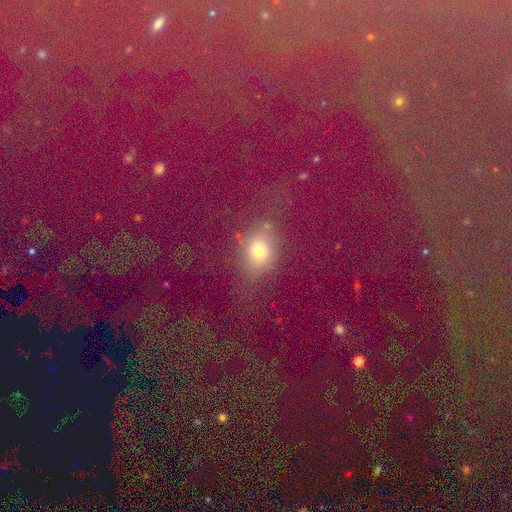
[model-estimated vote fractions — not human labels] Smooth or featured? star or artifact (52%)